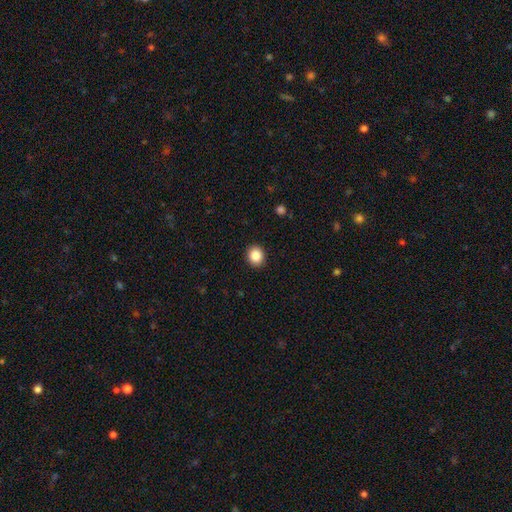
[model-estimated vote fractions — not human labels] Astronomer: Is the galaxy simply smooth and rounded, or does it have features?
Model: smooth — 86%.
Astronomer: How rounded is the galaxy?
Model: round — 73%.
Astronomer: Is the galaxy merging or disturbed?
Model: none — 91%.